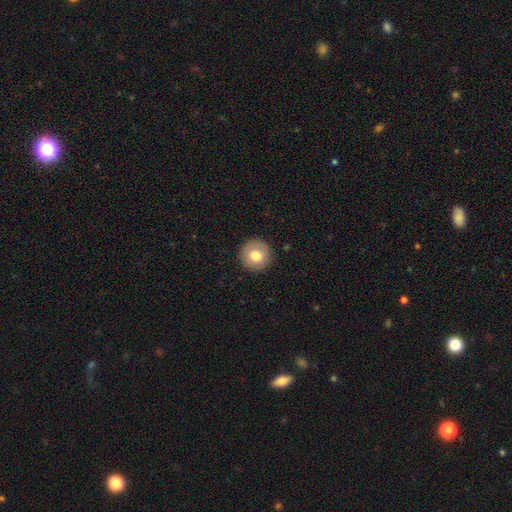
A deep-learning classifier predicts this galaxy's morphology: Smooth or featured? smooth (76%)
How rounded? round (95%)
Merging? none (91%)